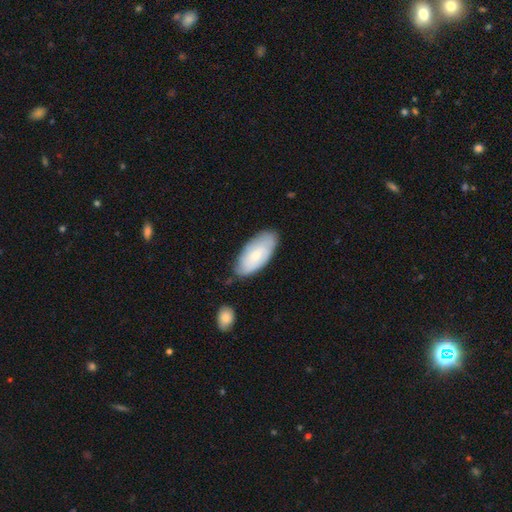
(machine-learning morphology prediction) smooth_or_featured: smooth (p=0.59) [alt: featured or disk p=0.35]
how_rounded: in between (p=0.91) [alt: cigar-shaped p=0.07]
merging: none (p=0.72) [alt: minor disturbance p=0.20]